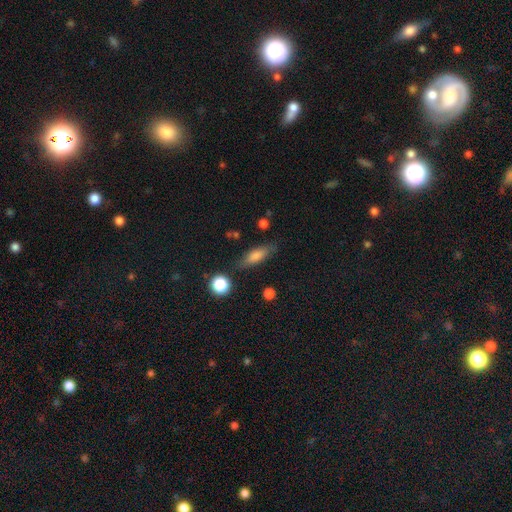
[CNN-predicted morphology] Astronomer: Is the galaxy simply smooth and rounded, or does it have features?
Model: smooth — 71%.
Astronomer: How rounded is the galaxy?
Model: in between — 53% (runner-up: cigar-shaped, 43%).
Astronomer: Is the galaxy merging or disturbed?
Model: none — 79%.